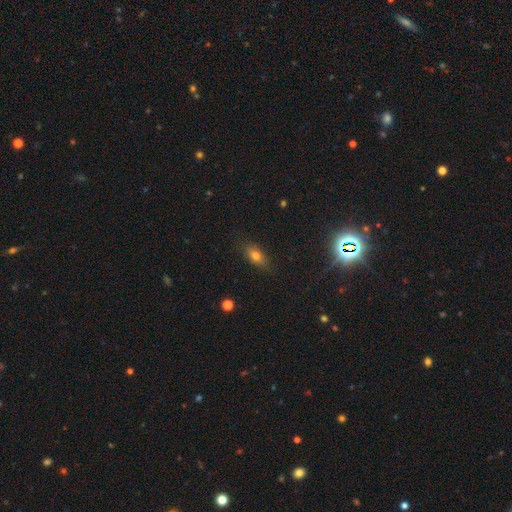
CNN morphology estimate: A smooth galaxy with no disk features (73%) that is in between round and cigar-shaped (80%).

Vote fractions:
- Smooth or featured? smooth: 73% / featured or disk: 15% / star or artifact: 12%
- How rounded? in between: 80% / cigar-shaped: 10% / round: 10%
- Merging? none: 83% / minor disturbance: 13% / major disturbance: 3% / merger: 1%